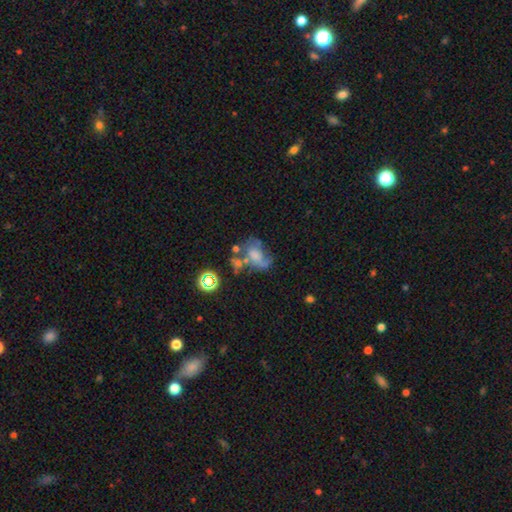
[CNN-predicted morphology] A featured or disk galaxy (43%).

Vote fractions:
- Smooth or featured? featured or disk: 43% / smooth: 41% / star or artifact: 16%
- Merging? major disturbance: 30% / none: 27% / merger: 22% / minor disturbance: 21%